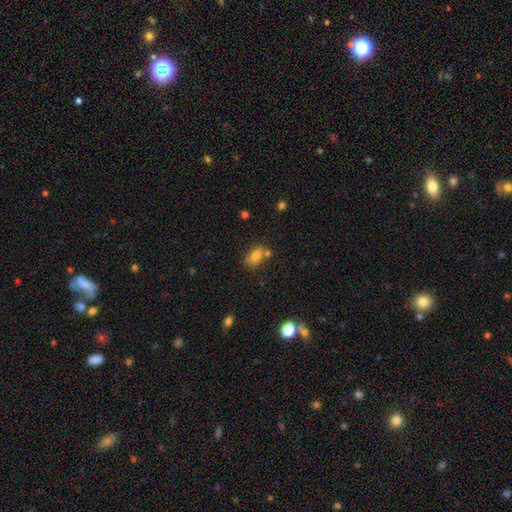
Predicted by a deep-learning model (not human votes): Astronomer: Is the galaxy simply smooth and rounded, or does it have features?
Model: smooth — 76%.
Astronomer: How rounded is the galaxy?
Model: in between — 81%.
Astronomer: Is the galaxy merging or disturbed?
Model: none — 59%.